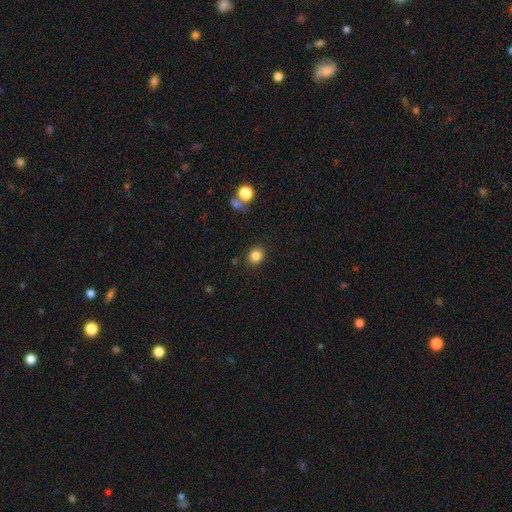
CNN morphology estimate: smooth 84%, star or artifact 11%, featured or disk 5%. Down the decision tree: how rounded — round (70%); merging — none (86%).